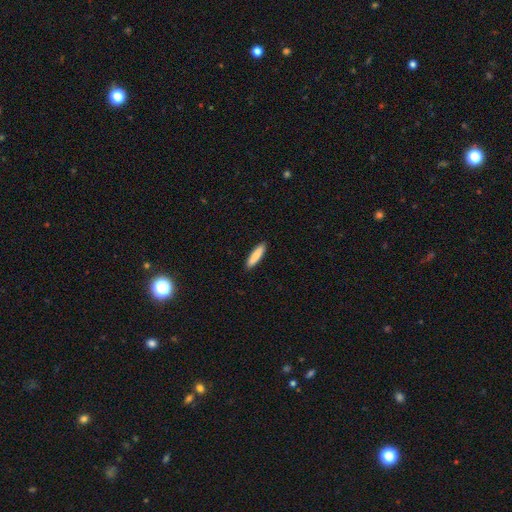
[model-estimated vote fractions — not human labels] Smooth or featured: smooth — 86% (featured or disk — 9%)
How rounded: cigar-shaped — 80% (in between — 19%)
Merging: none — 92% (minor disturbance — 6%)